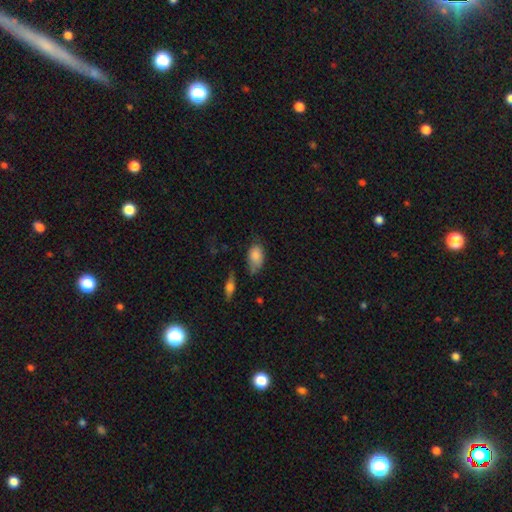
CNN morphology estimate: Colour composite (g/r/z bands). It shows a smooth galaxy with no disk features (82%) that is in between round and cigar-shaped (89%). Merging: none (50%).